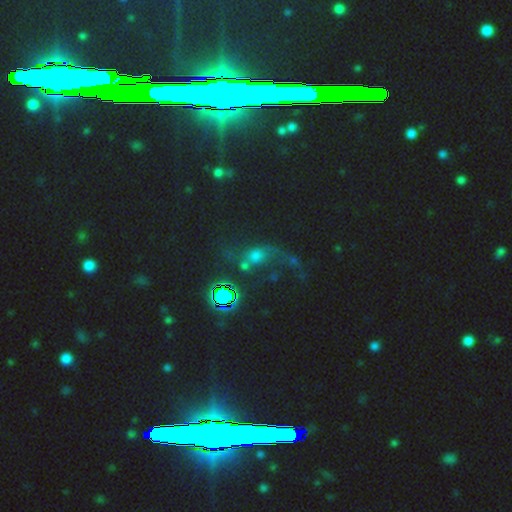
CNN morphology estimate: Smooth or featured: star or artifact — 35% (featured or disk — 34%)